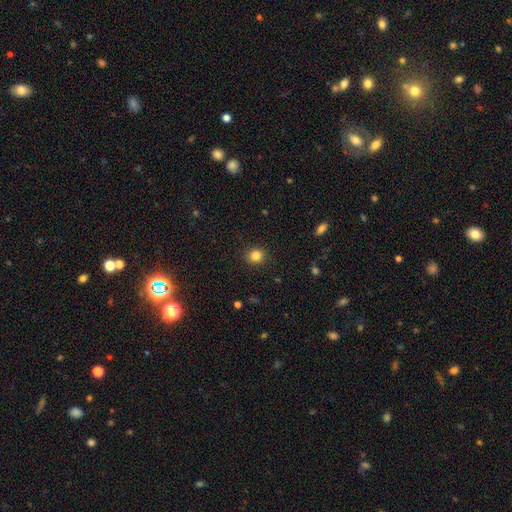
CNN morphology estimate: This appears to be a smooth galaxy with no disk features (83%) that is round (90%). Merging: none (91%).